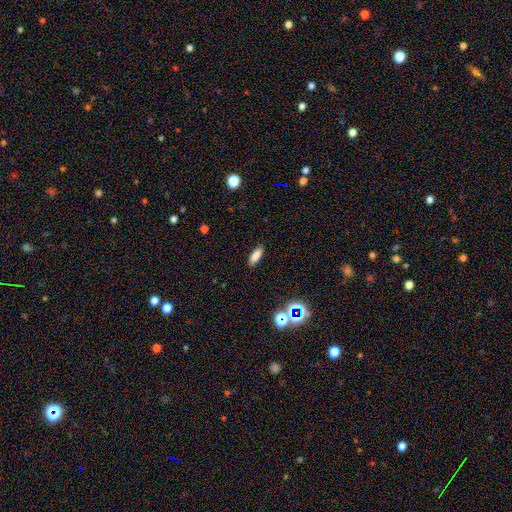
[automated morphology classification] This appears to be a smooth galaxy with no disk features (80%) that is in between round and cigar-shaped (69%). Merging: none (87%).